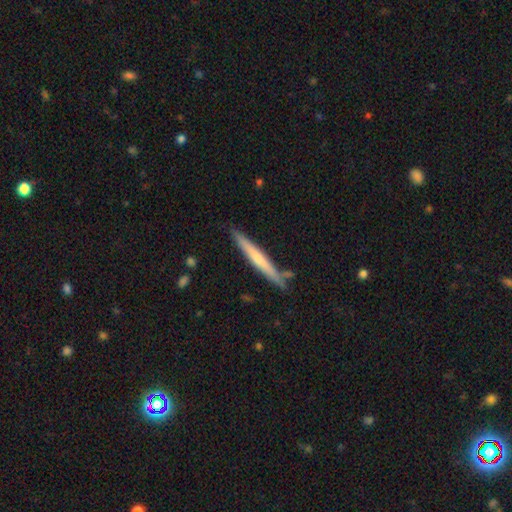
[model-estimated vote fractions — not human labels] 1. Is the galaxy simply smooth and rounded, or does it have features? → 51% smooth, 43% featured or disk, 6% star or artifact.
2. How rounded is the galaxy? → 96% cigar-shaped, 3% in between, 1% round.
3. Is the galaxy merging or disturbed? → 84% none, 10% minor disturbance, 4% merger, 2% major disturbance.